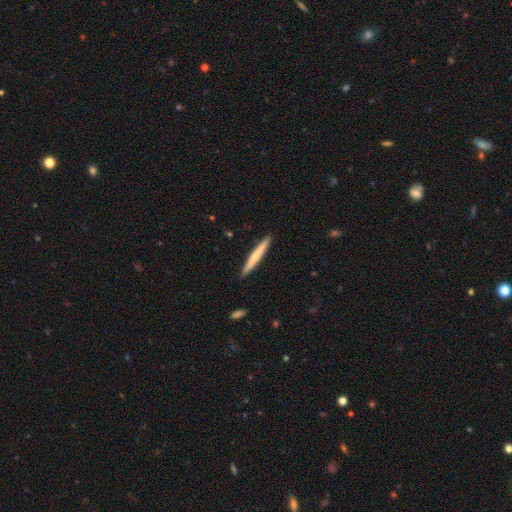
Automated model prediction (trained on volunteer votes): smooth 63%, featured or disk 32%, star or artifact 5%. Down the decision tree: how rounded — cigar-shaped (96%); merging — none (91%).